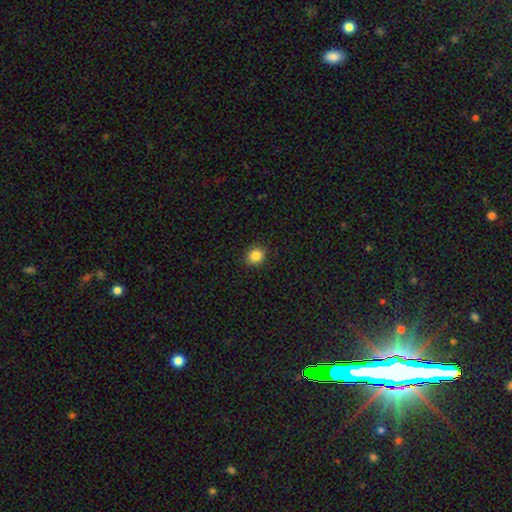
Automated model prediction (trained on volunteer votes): This appears to be a smooth galaxy with no disk features (85%) that is round (84%). Merging: none (91%).